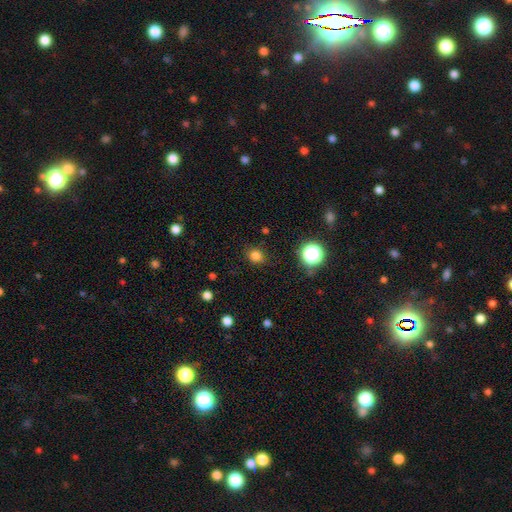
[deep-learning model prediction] A smooth galaxy with no disk features (79%) that is round (75%). Merging: none (85%).